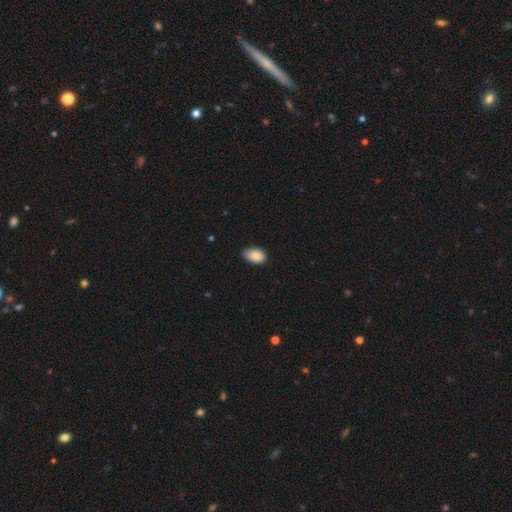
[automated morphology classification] Q: Smooth or featured?
A: smooth (89%); runner-up: star or artifact (7%)
Q: How rounded?
A: in between (89%); runner-up: round (9%)
Q: Merging?
A: none (73%); runner-up: minor disturbance (24%)